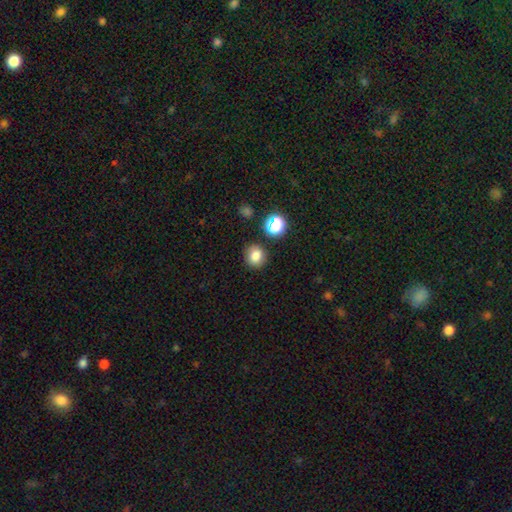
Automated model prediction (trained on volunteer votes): This is likely a smooth galaxy (80%). How rounded: clearly round (82%). Merging: clearly none (84%).